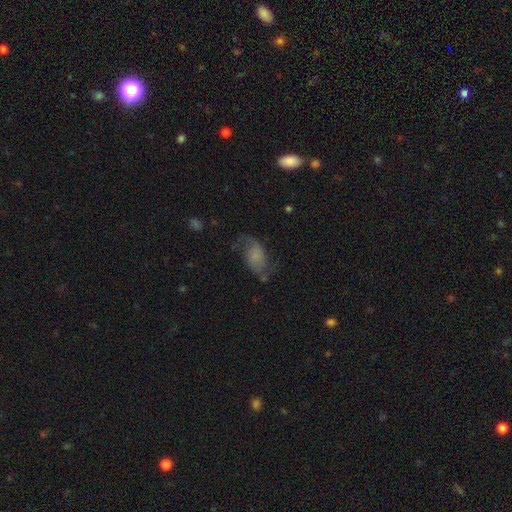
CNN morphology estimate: A featured or disk galaxy (56%) with no bar (68%), spiral arms (88%) and no central bulge (39%, tied with small).

Vote fractions:
- Smooth or featured? featured or disk: 56% / smooth: 34% / star or artifact: 10%
- Edge-on disk? no: 96% / yes: 4%
- Bar? no: 68% / weak: 26% / strong: 6%
- Spiral arms? yes: 88% / no: 12%
- Bulge size? none: 39% (tied) / small: 39% (tied) / moderate: 14% / large: 5% / dominant: 3%
- Merging? none: 57% / minor disturbance: 23% / major disturbance: 18% / merger: 2%